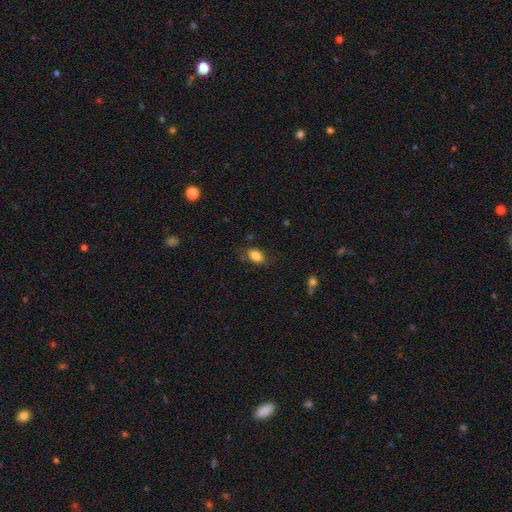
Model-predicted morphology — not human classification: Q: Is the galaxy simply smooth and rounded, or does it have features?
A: smooth — 85%.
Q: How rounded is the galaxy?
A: in between — 81%.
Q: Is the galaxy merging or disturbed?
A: none — 73%.